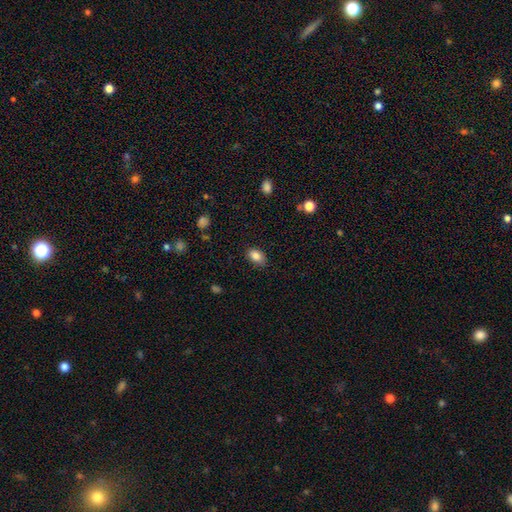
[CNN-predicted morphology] Smooth or featured?
  - smooth: 85% *
  - star or artifact: 9%
  - featured or disk: 6%
How rounded?
  - in between: 84% *
  - round: 14%
  - cigar-shaped: 1%
Merging?
  - none: 81% *
  - minor disturbance: 15%
  - major disturbance: 3%
  - merger: 1%